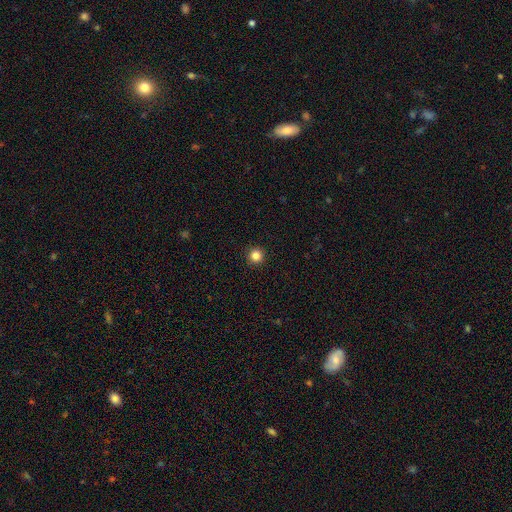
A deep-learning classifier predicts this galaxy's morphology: smooth 83%, star or artifact 12%, featured or disk 4%. Down the decision tree: how rounded — round (96%); merging — none (94%).